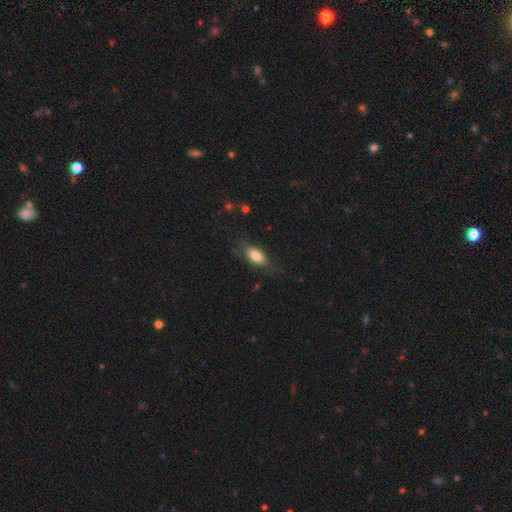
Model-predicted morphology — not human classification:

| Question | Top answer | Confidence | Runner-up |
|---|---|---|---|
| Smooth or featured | smooth | 74% | featured or disk (19%) |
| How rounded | in between | 85% | cigar-shaped (11%) |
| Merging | none | 67% | minor disturbance (22%) |